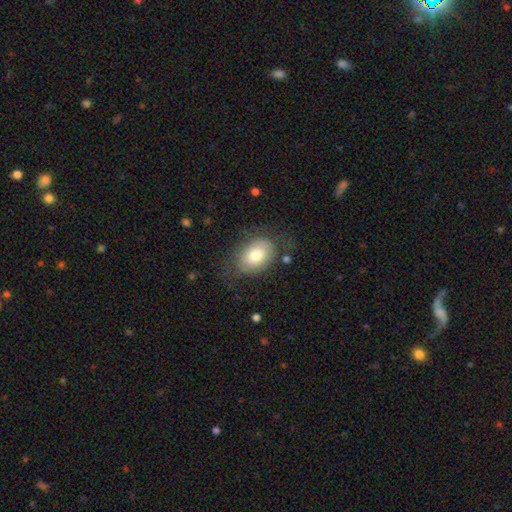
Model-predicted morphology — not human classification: smooth-or-featured: smooth: 74% | featured or disk: 19% | star or artifact: 7%
  how-rounded: in between: 81% | round: 18% | cigar-shaped: 1%
  merging: none: 69% | minor disturbance: 19% | major disturbance: 10% | merger: 2%